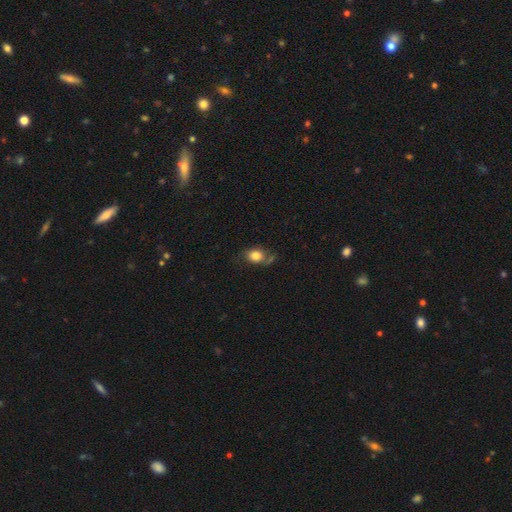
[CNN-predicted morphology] type=smooth (78%); roundness=round (50%); merging=none (53%).